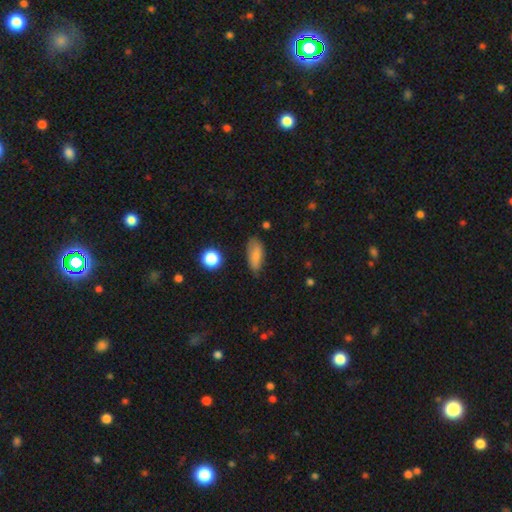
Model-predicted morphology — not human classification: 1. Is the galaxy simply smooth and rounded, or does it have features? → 77% smooth, 14% featured or disk, 9% star or artifact.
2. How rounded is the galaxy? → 80% in between, 16% cigar-shaped, 5% round.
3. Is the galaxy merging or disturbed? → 70% none, 23% minor disturbance, 5% major disturbance, 2% merger.